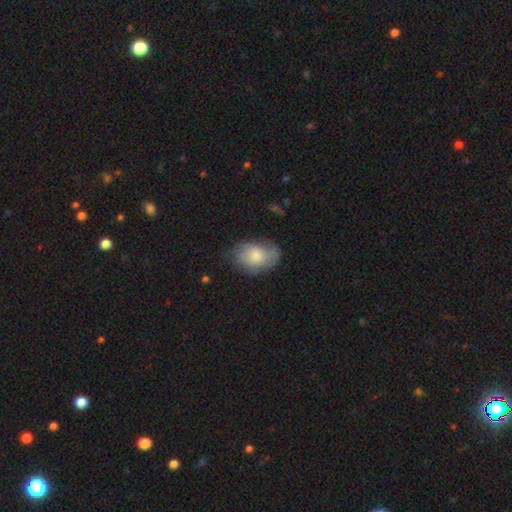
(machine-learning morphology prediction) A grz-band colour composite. It shows a smooth galaxy with no disk features (62%) that is in between round and cigar-shaped (81%). Merging: none (55%).